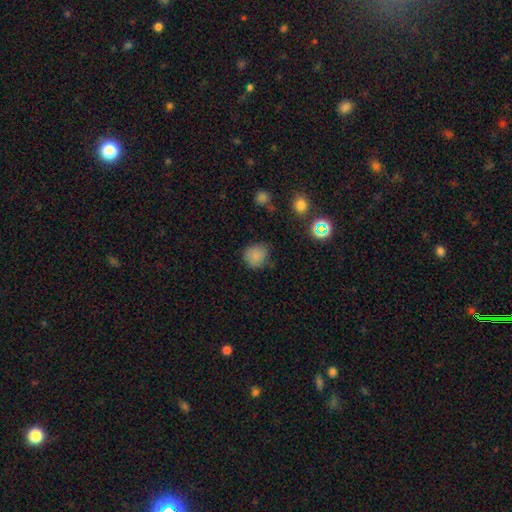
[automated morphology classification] smooth_or_featured: smooth (p=0.82) [alt: star or artifact p=0.13]
how_rounded: round (p=0.84) [alt: in between p=0.15]
merging: none (p=0.77) [alt: minor disturbance p=0.17]